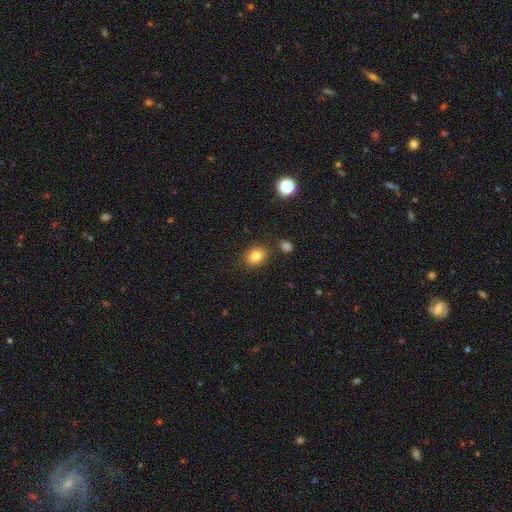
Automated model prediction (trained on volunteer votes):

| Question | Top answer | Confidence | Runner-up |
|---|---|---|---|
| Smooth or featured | smooth | 81% | star or artifact (11%) |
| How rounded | in between | 53% | round (46%) |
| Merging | none | 82% | minor disturbance (11%) |